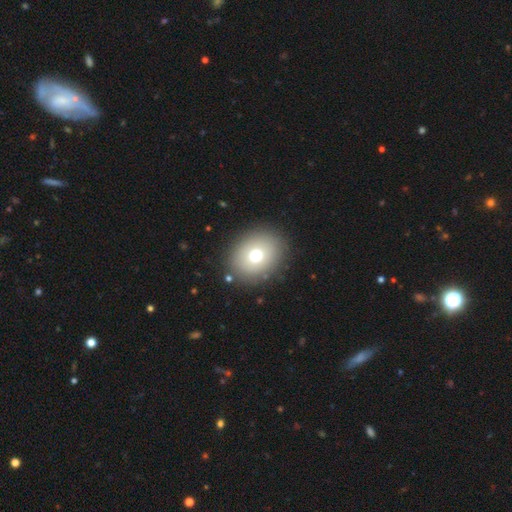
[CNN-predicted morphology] This appears to be a smooth galaxy with no disk features (73%) that is round (52%). Merging: none (87%).